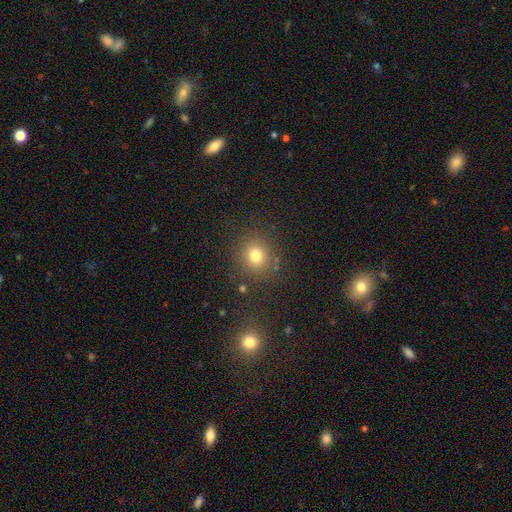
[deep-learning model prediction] Overall: smooth (77%). How rounded: round (85%). Merging: none (83%).